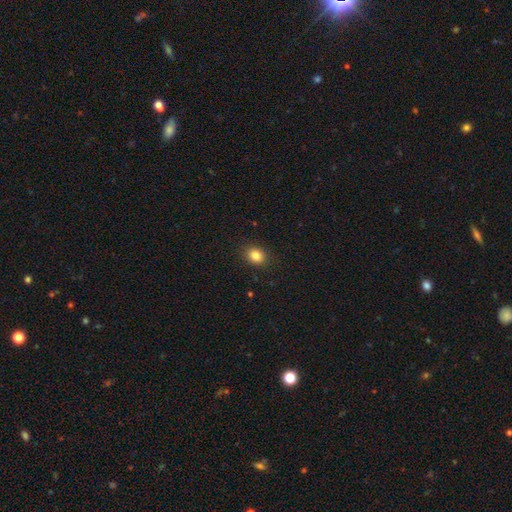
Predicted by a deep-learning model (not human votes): smooth 85%, star or artifact 10%, featured or disk 5%. Down the decision tree: how rounded — in between (50%); merging — none (88%).